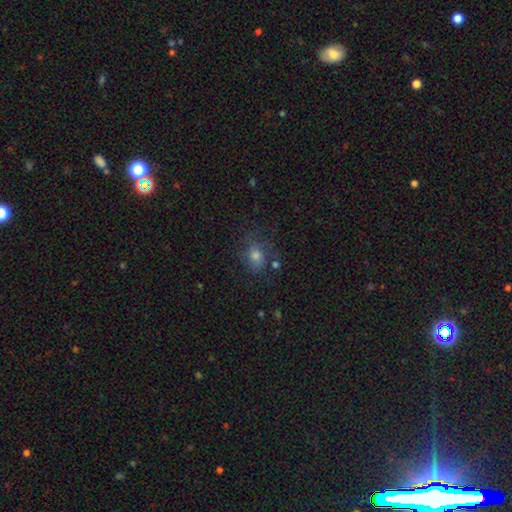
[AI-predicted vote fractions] A smooth galaxy with no disk features (51%) that is round (54%). Merging: none (64%).